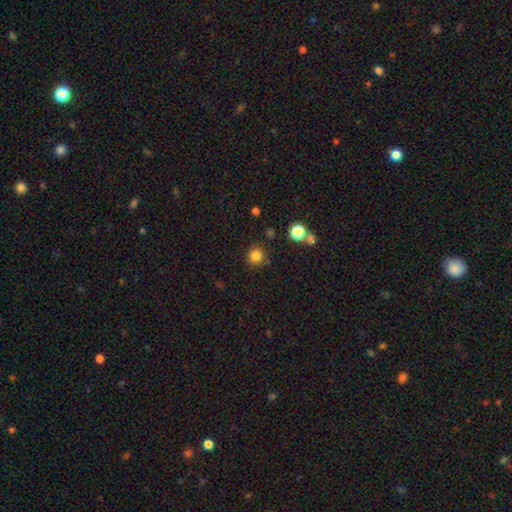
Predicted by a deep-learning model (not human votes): This is clearly a smooth galaxy (82%). How rounded: clearly round (93%). Merging: clearly none (86%).